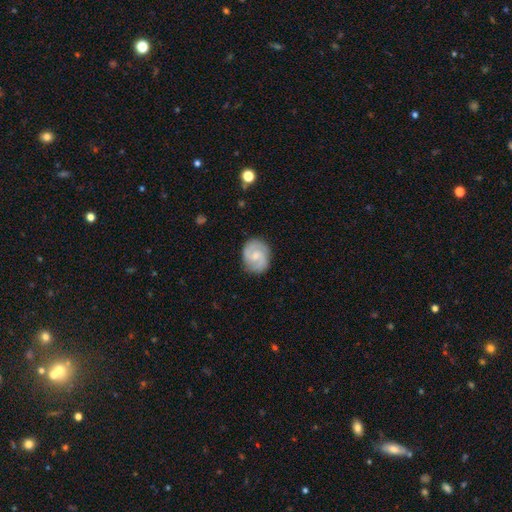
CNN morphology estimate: type=featured or disk (76%); edge-on=no (98%); bar=weak (49%); spiral arms=yes (96%); winding=medium (50%); arm count=2 (86%); bulge=small (50%); merging=none (84%).